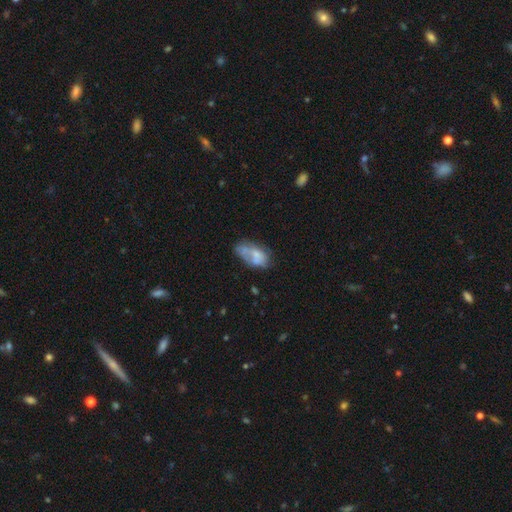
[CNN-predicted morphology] smooth 52%, featured or disk 39%, star or artifact 9%. Down the decision tree: how rounded — in between (90%); merging — none (35%).